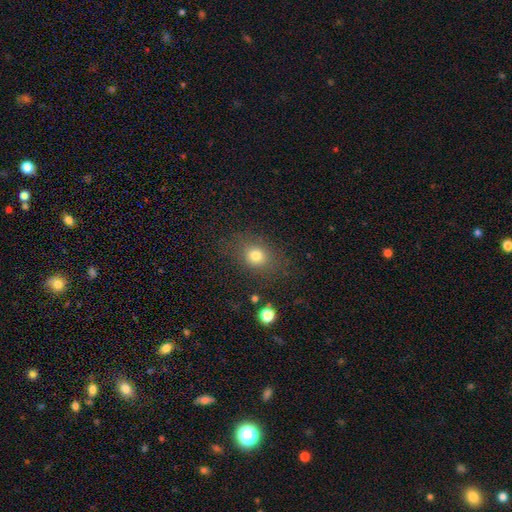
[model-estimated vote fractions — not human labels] This appears to be a smooth galaxy with no disk features (77%) that is round (61%). Merging: none (78%).